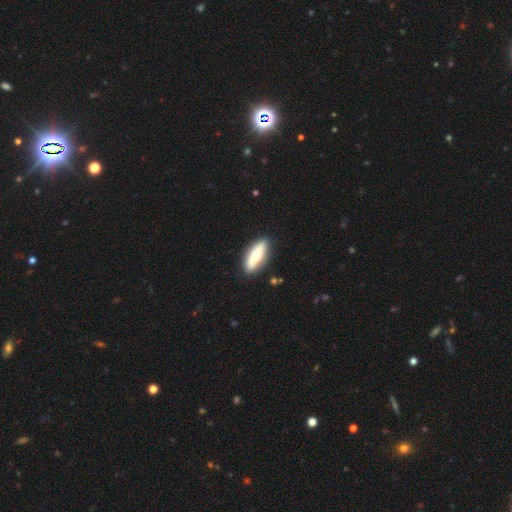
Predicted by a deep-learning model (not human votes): Overall: smooth (57%; featured or disk 38%). How rounded: in between (50%; cigar-shaped 48%). Merging: none (87%).